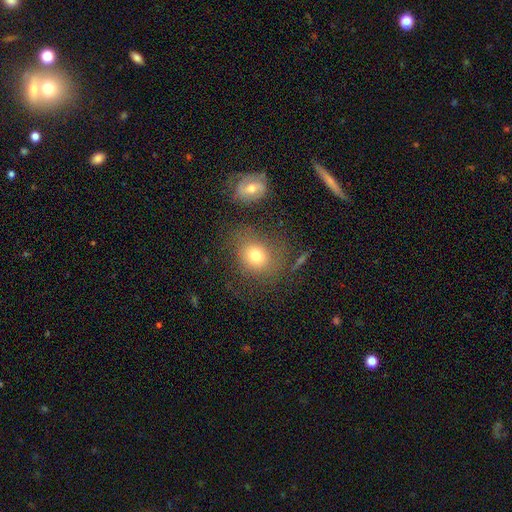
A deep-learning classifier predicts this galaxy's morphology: smooth-or-featured: smooth: 73% | featured or disk: 13% | star or artifact: 13%
  how-rounded: round: 64% | in between: 35% | cigar-shaped: 1%
  merging: none: 68% | minor disturbance: 16% | major disturbance: 9% | merger: 7%